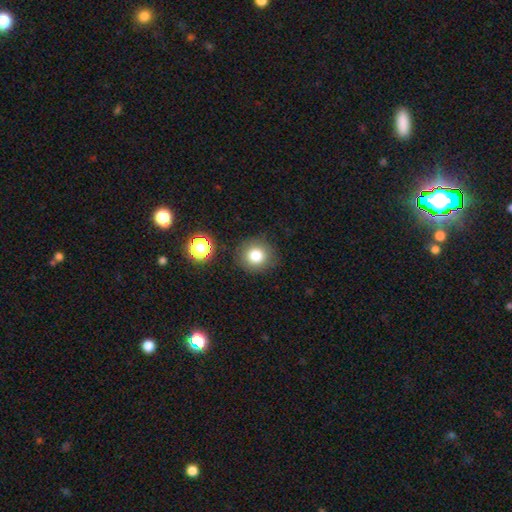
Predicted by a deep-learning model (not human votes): A smooth galaxy with no disk features (80%) that is round (91%). Merging: none (86%).